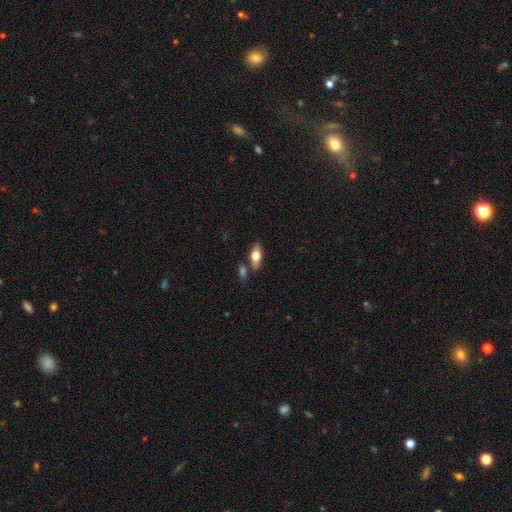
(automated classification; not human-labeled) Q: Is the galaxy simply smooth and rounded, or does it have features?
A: smooth — 66%.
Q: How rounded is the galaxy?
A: in between — 83%.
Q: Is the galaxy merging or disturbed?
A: none — 71%.